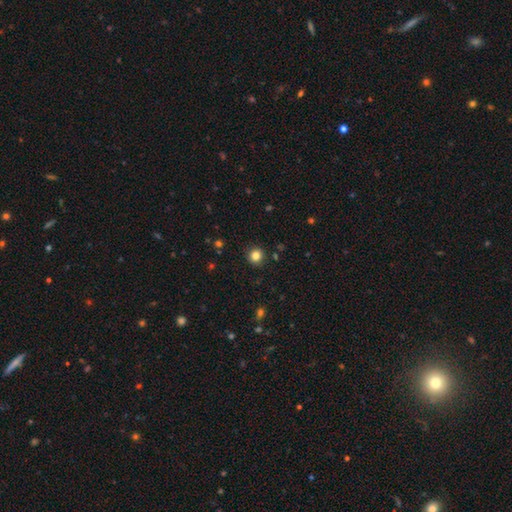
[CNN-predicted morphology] This appears to be a smooth galaxy with no disk features (83%) that is round (94%). Merging: none (91%).